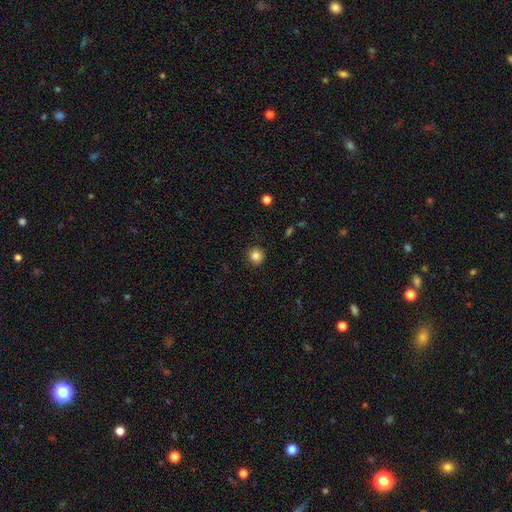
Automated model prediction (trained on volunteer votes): Smooth or featured? Predicted: smooth (p=0.84). How rounded? Predicted: round (p=0.93). Merging? Predicted: none (p=0.91).